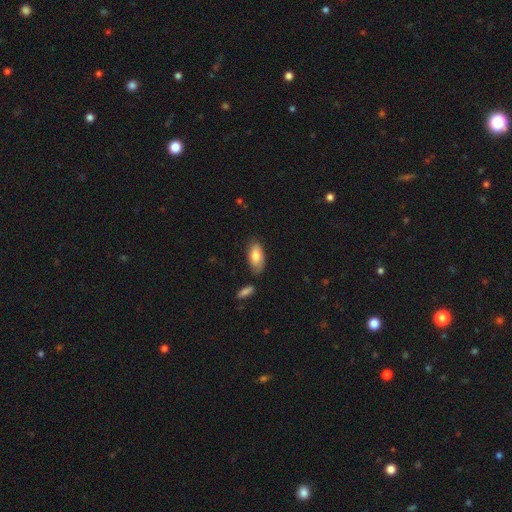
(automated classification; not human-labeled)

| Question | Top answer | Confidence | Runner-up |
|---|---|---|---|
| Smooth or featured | smooth | 77% | featured or disk (17%) |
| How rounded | in between | 90% | cigar-shaped (8%) |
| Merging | none | 76% | minor disturbance (16%) |